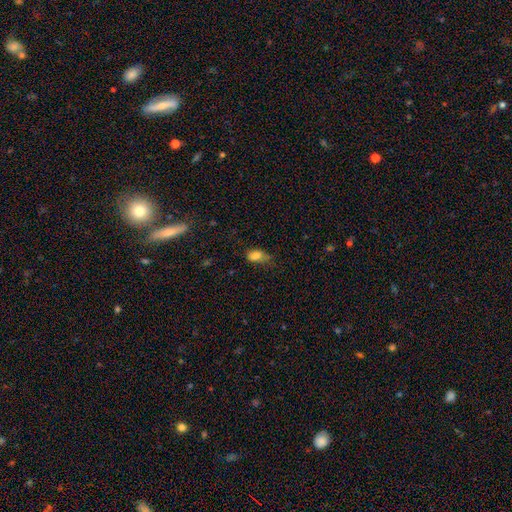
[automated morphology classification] smooth-or-featured: smooth: 81% | star or artifact: 11% | featured or disk: 7%
  how-rounded: in between: 86% | round: 9% | cigar-shaped: 4%
  merging: none: 45% | minor disturbance: 35% | major disturbance: 17% | merger: 3%